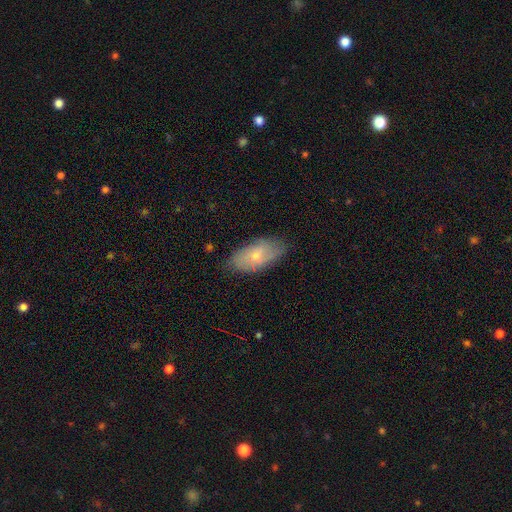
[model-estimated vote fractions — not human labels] Smooth or featured: smooth — 62% (featured or disk — 31%)
How rounded: in between — 90% (cigar-shaped — 7%)
Merging: none — 76% (minor disturbance — 19%)